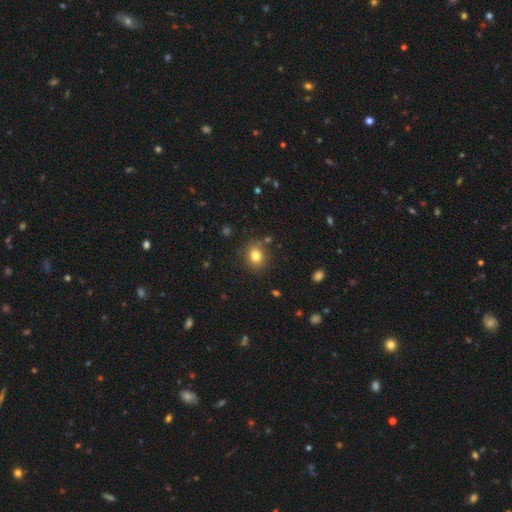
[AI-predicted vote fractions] Morphology: type=smooth (79%); roundness=round (67%); merging=none (84%).